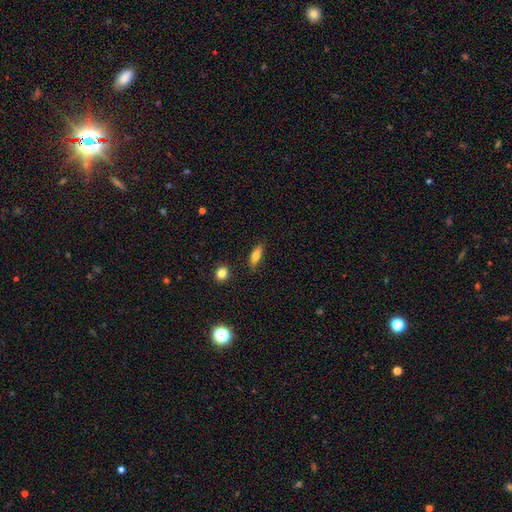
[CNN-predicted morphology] This is likely a smooth galaxy (78%). How rounded: likely in between (65%). Merging: clearly none (84%).